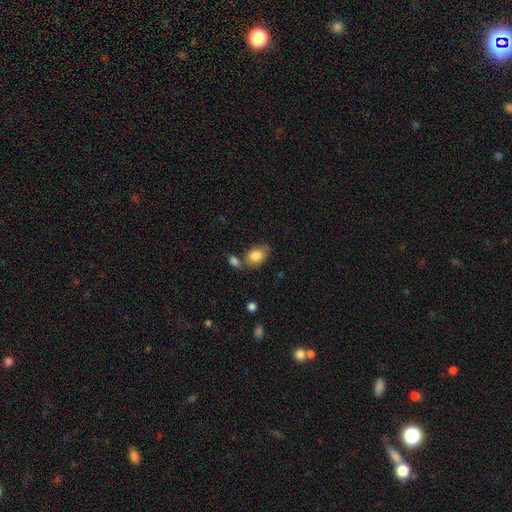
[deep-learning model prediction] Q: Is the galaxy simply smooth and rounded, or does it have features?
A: smooth — 83%.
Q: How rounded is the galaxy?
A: in between — 78%.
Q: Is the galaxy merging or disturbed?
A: none — 56%.